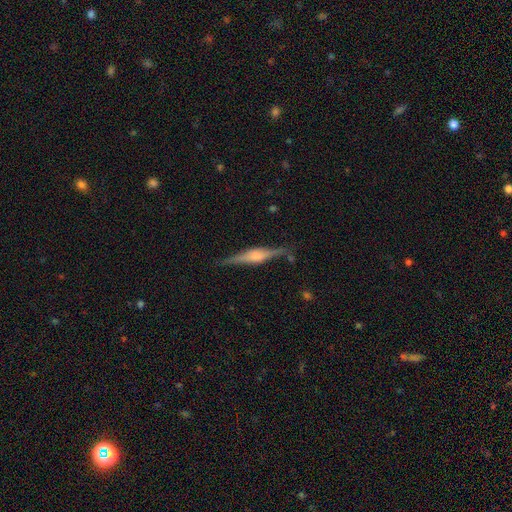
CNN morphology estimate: Smooth or featured? featured or disk (74%)
Edge-on disk? yes (97%)
Edge-on bulge? rounded (71%)
Merging? none (84%)